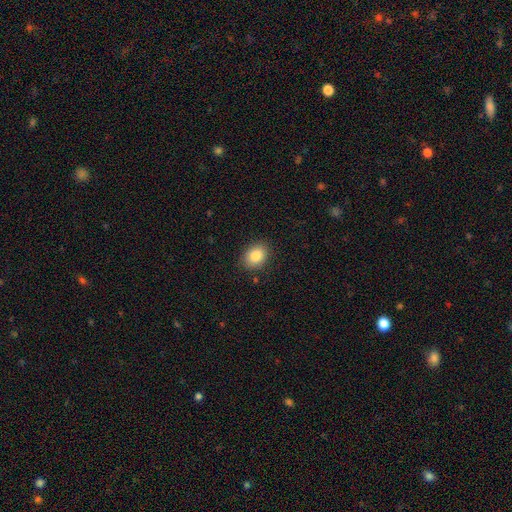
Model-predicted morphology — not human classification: Smooth or featured? smooth (86%)
How rounded? in between (67%)
Merging? none (86%)